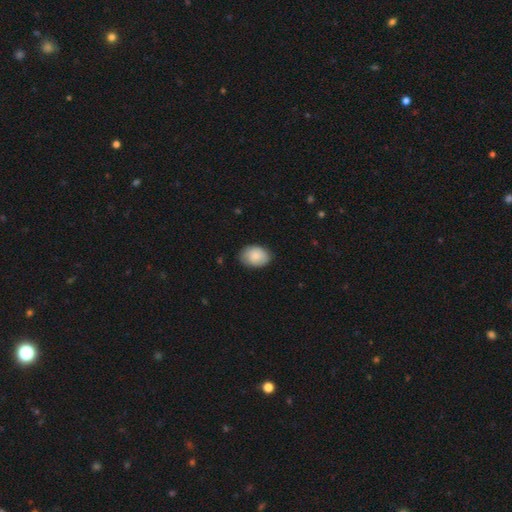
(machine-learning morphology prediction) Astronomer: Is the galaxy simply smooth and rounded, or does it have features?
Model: smooth — 81%.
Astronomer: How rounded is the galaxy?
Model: in between — 74%.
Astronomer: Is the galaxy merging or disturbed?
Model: none — 77%.